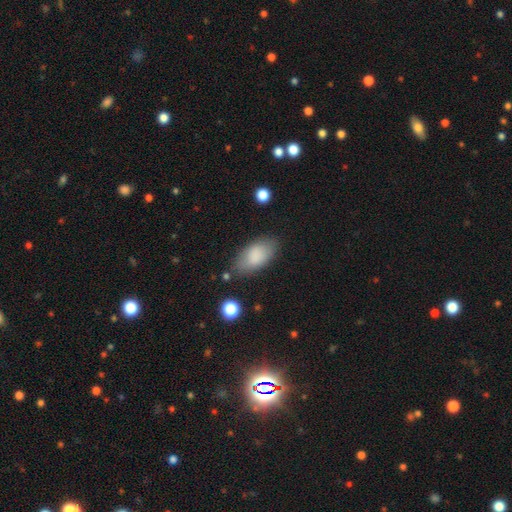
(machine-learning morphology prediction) Smooth or featured?
  - smooth: 84% *
  - featured or disk: 9%
  - star or artifact: 7%
How rounded?
  - in between: 92% *
  - cigar-shaped: 5%
  - round: 3%
Merging?
  - none: 76% *
  - minor disturbance: 17%
  - major disturbance: 5%
  - merger: 3%